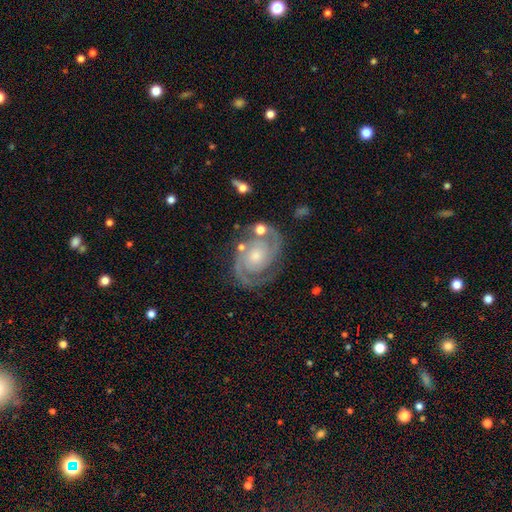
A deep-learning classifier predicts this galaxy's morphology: smooth-or-featured: featured or disk: 91% | star or artifact: 5% | smooth: 4%
  disk-edge-on: no: 98% | yes: 2%
    bar: no: 71% | weak: 23% | strong: 7%
    has-spiral-arms: yes: 98% | no: 2%
      spiral-winding: tight: 59% | medium: 36% | loose: 5%
      spiral-arm-count: 2: 91% | 3: 3% | can't tell: 3% | 1: 1% | 4: 1% | more than 4: 1%
    bulge-size: small: 46% | moderate: 44% | large: 5% | none: 4% | dominant: 1%
  merging: none: 77% | minor disturbance: 14% | major disturbance: 5% | merger: 5%